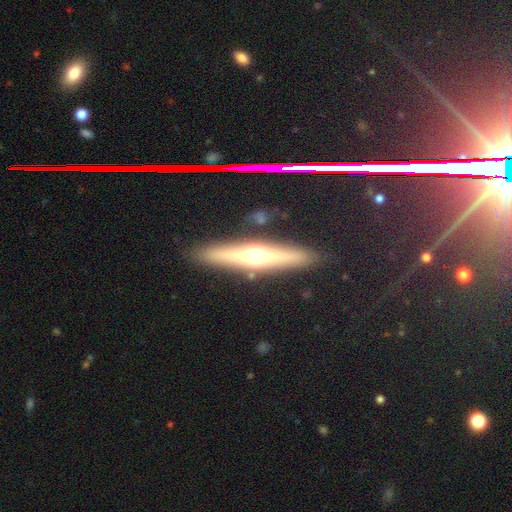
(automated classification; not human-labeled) Overall: featured or disk (59%; smooth 31%). Edge-on disk: yes (93%). Edge-on bulge: rounded (92%). Merging: none (88%).